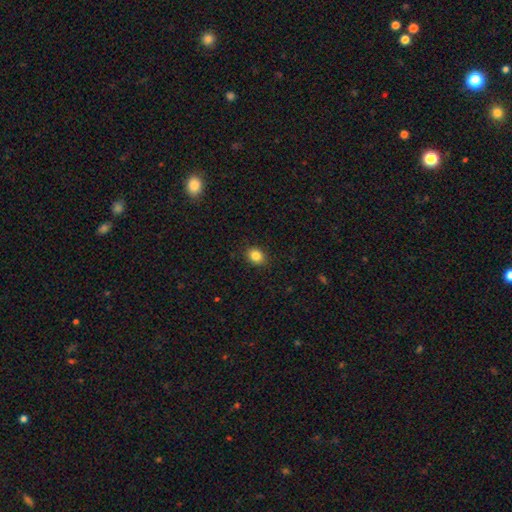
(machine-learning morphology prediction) Q: Smooth or featured?
A: smooth (85%); runner-up: star or artifact (10%)
Q: How rounded?
A: round (50%); runner-up: in between (49%)
Q: Merging?
A: none (90%); runner-up: minor disturbance (7%)